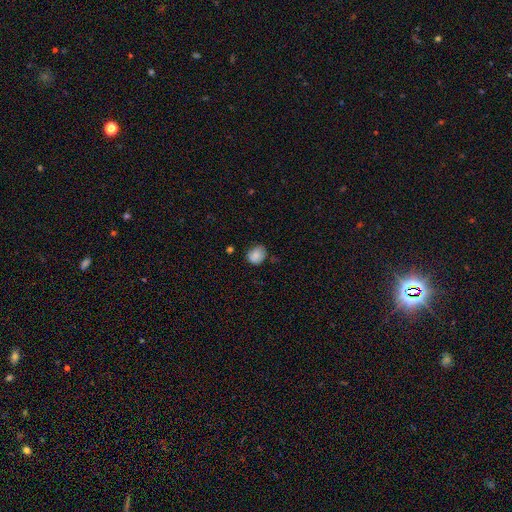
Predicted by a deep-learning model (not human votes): Smooth or featured? smooth (83%)
How rounded? round (63%)
Merging? none (68%)